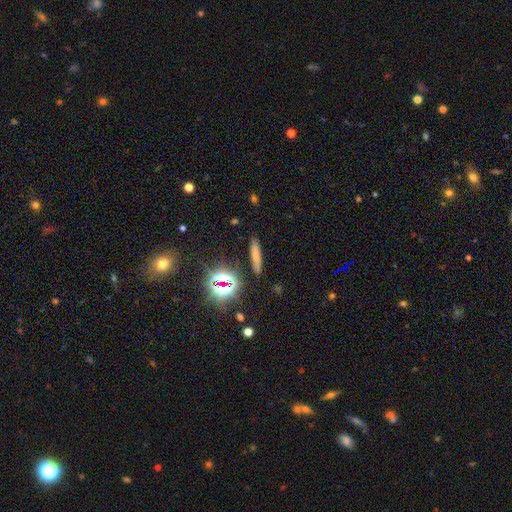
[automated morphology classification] smooth_or_featured: smooth (p=0.65) [alt: star or artifact p=0.21]
how_rounded: cigar-shaped (p=0.85) [alt: in between p=0.11]
merging: none (p=0.86) [alt: minor disturbance p=0.09]